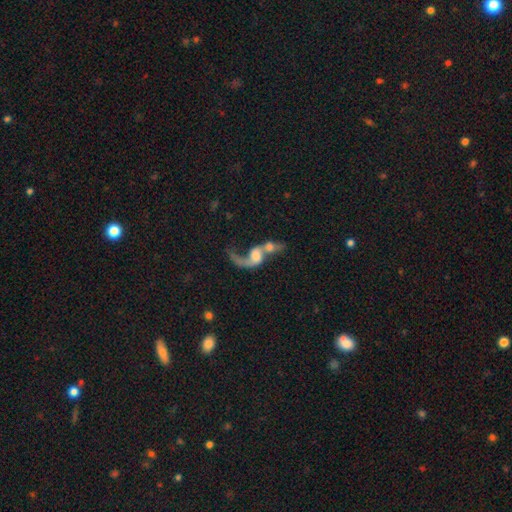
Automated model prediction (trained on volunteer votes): A featured or disk galaxy (60%) with no bar (64%), spiral arms (74%) and a moderate central bulge (33%).

Vote fractions:
- Smooth or featured? featured or disk: 60% / smooth: 30% / star or artifact: 9%
- Edge-on disk? no: 94% / yes: 6%
- Bar? no: 64% / weak: 28% / strong: 8%
- Spiral arms? yes: 74% / no: 26%
- Bulge size? moderate: 33% / large: 32% / none: 14% / small: 14% / dominant: 6%
- Merging? merger: 74% / major disturbance: 13% / none: 9% / minor disturbance: 4%